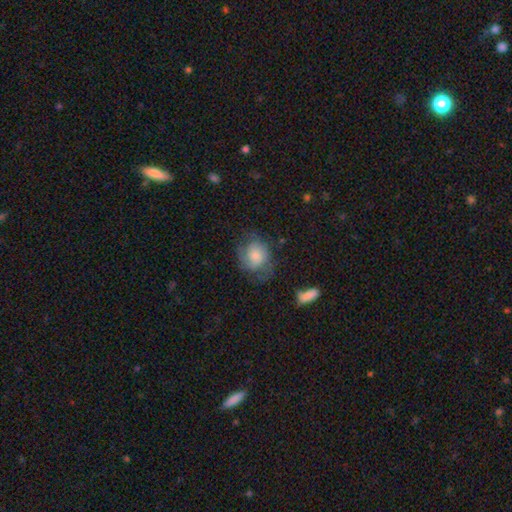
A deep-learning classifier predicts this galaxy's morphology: Overall: smooth (57%; featured or disk 35%). How rounded: round (64%; in between 35%). Merging: none (50%; minor disturbance 27%).